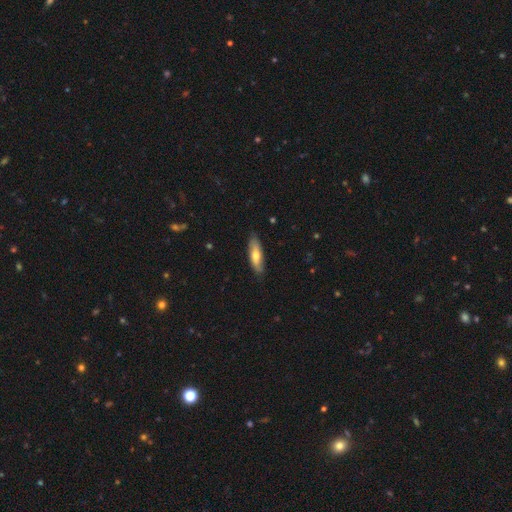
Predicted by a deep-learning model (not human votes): smooth 63%, featured or disk 31%, star or artifact 6%. Down the decision tree: how rounded — cigar-shaped (53%); merging — none (82%).